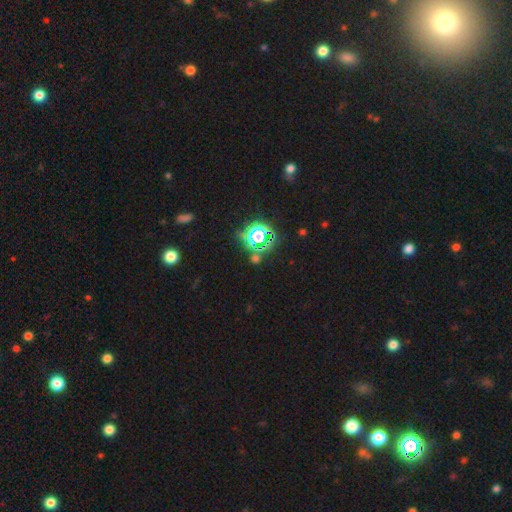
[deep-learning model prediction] A star or artifact, not a galaxy (73%).